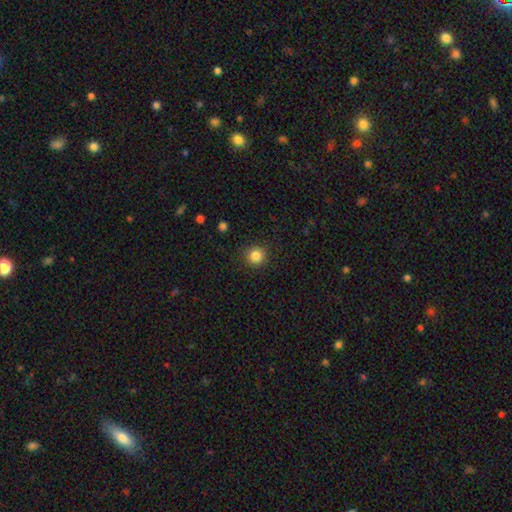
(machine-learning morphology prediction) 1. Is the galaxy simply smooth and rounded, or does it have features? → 84% smooth, 11% star or artifact, 5% featured or disk.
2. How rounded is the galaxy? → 94% round, 5% in between, 1% cigar-shaped.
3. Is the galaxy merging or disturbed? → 91% none, 6% minor disturbance, 2% major disturbance, 1% merger.